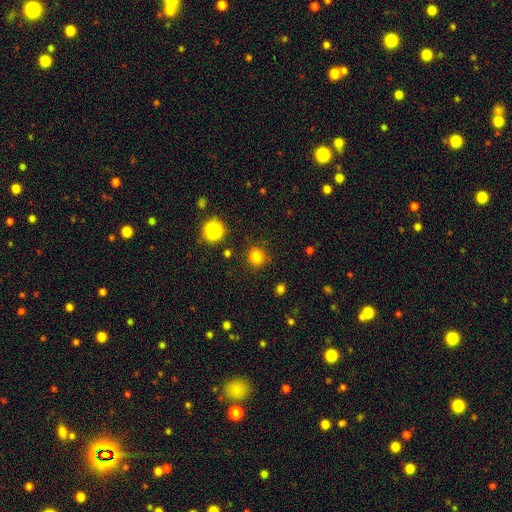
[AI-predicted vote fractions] A smooth galaxy with no disk features (80%) that is round (92%).

Vote fractions:
- Smooth or featured? smooth: 80% / star or artifact: 15% / featured or disk: 5%
- How rounded? round: 92% / in between: 8% / cigar-shaped: 1%
- Merging? none: 88% / minor disturbance: 8% / major disturbance: 3% / merger: 2%